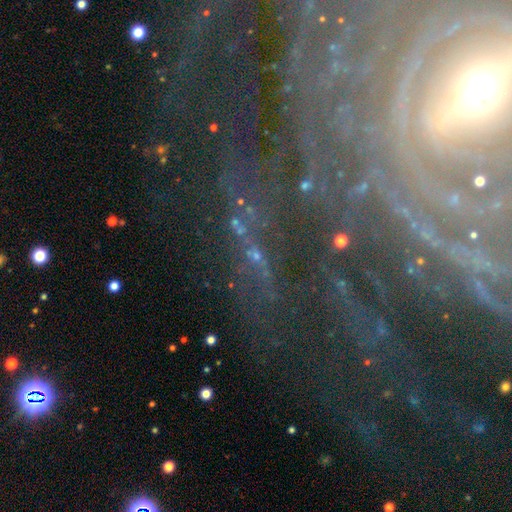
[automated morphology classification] Smooth or featured?
  - star or artifact: 52% *
  - featured or disk: 30%
  - smooth: 18%